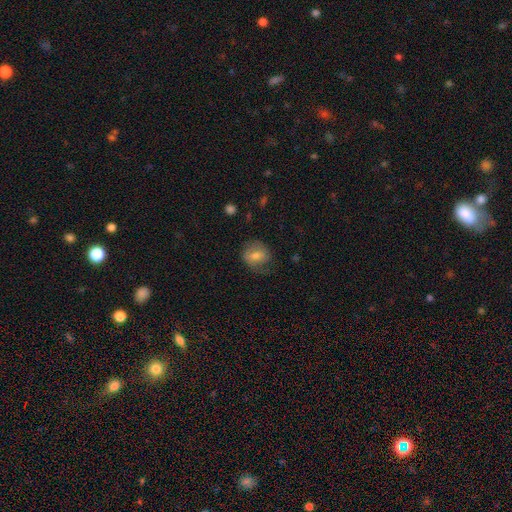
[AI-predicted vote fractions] Smooth or featured? Predicted: smooth (p=0.58). How rounded? Predicted: round (p=0.58). Merging? Predicted: none (p=0.67).